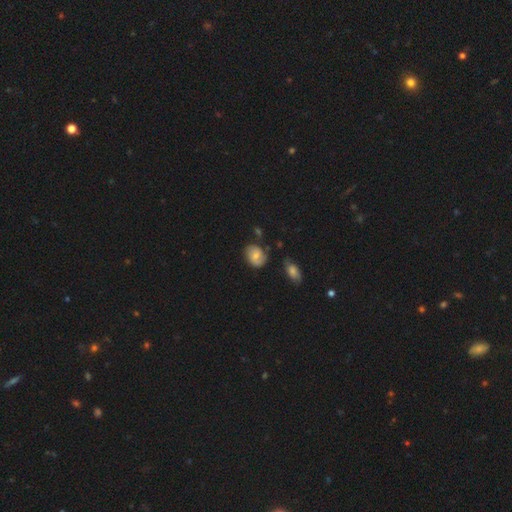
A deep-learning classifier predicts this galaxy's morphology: Smooth or featured: smooth — 56% (featured or disk — 35%)
How rounded: in between — 56% (round — 43%)
Merging: none — 69% (minor disturbance — 21%)